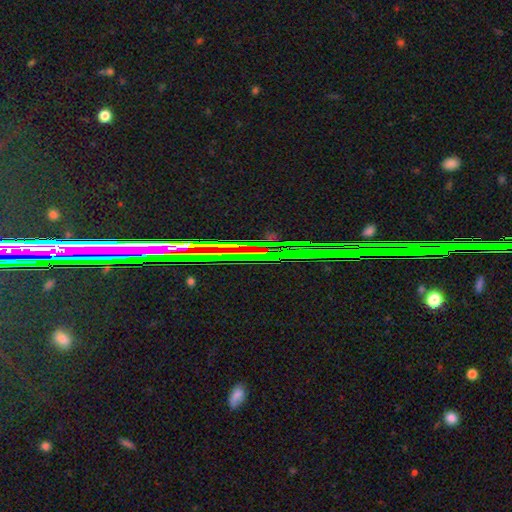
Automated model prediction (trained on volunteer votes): This is likely a star or artifact rather than a galaxy (79%).